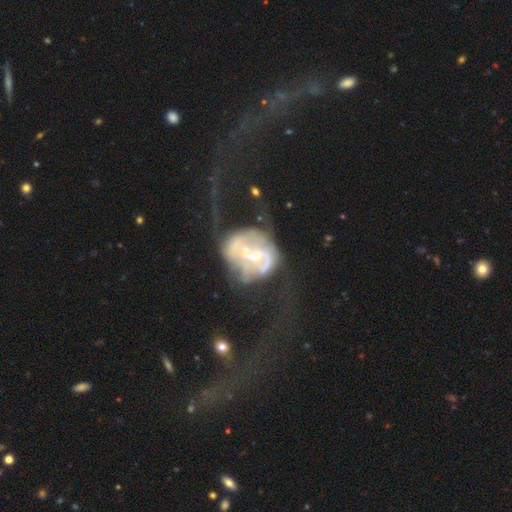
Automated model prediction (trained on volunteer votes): Smooth or featured?
  - featured or disk: 80% *
  - smooth: 13%
  - star or artifact: 7%
Edge-on disk?
  - no: 98% *
  - yes: 2%
Bar?
  - no: 55% *
  - weak: 35%
  - strong: 11%
Spiral arms?
  - yes: 73% *
  - no: 27%
Spiral winding?
  - medium: 40% *
  - loose: 37%
  - tight: 24%
Spiral arm count?
  - 2: 59% *
  - can't tell: 23%
  - 1: 9%
  - 3: 5%
  - 4: 2%
  - more than 4: 2%
Bulge size?
  - moderate: 59% *
  - small: 32%
  - large: 4%
  - none: 3%
  - dominant: 1%
Merging?
  - merger: 34% *
  - major disturbance: 29%
  - none: 23%
  - minor disturbance: 13%